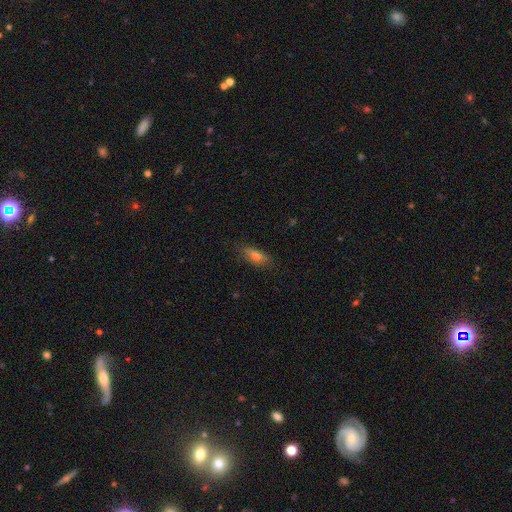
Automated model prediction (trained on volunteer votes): A smooth galaxy with no disk features (64%) that is in between round and cigar-shaped (50%). Merging: none (77%).